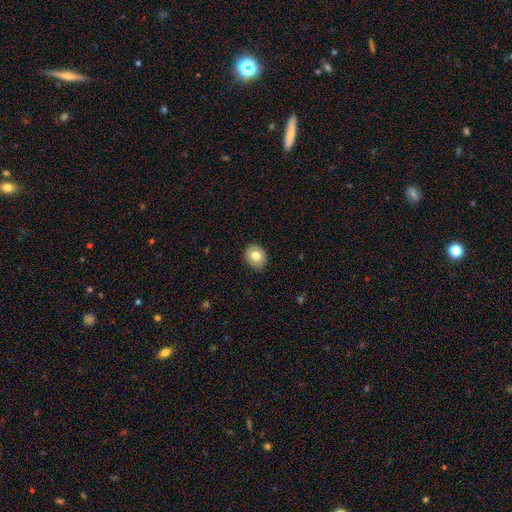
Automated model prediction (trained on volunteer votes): smooth 73%, featured or disk 19%, star or artifact 8%. Down the decision tree: how rounded — round (58%); merging — none (88%).